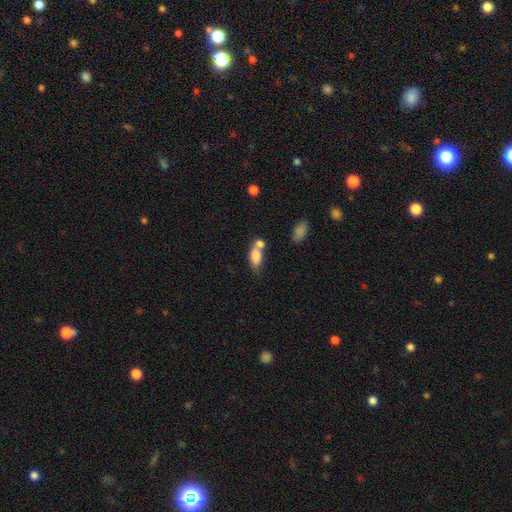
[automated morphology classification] Smooth or featured?
  - smooth: 79% *
  - featured or disk: 13%
  - star or artifact: 8%
How rounded?
  - in between: 81% *
  - cigar-shaped: 11%
  - round: 7%
Merging?
  - merger: 43% *
  - none: 37%
  - minor disturbance: 14%
  - major disturbance: 6%